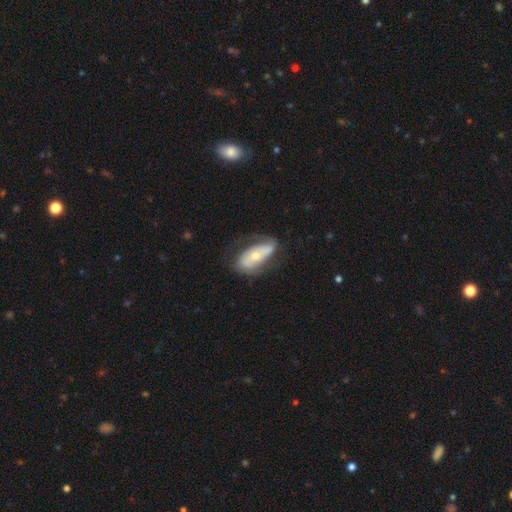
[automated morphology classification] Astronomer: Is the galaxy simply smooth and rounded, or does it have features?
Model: featured or disk — 56% (runner-up: smooth, 39%).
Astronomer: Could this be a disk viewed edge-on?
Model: no — 86%.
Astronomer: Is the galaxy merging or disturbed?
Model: none — 57%.